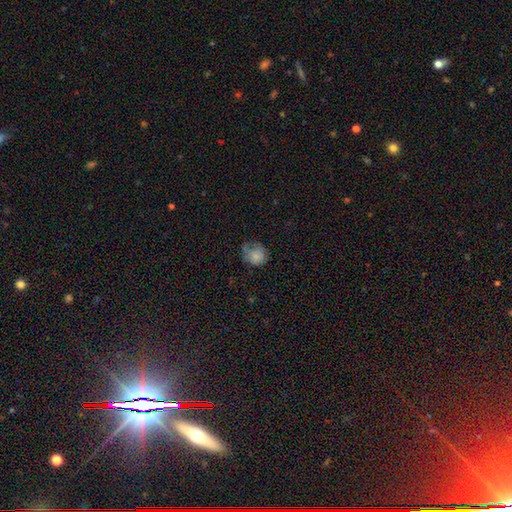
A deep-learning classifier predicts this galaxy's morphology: A smooth galaxy with no disk features (74%) that is round (68%). Merging: none (42%).